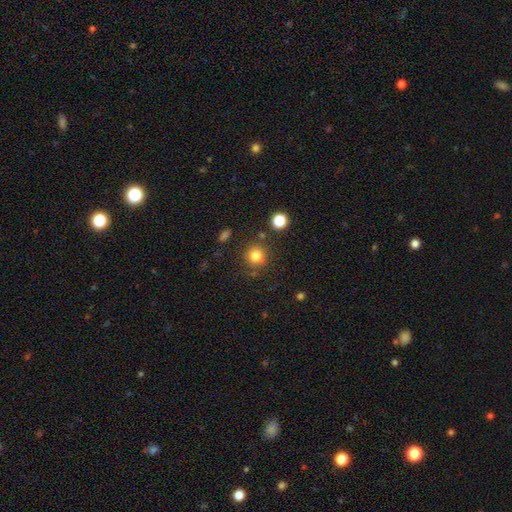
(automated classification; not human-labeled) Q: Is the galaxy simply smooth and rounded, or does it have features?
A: smooth — 81%.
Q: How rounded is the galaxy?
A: round — 91%.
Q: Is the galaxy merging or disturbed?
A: none — 81%.